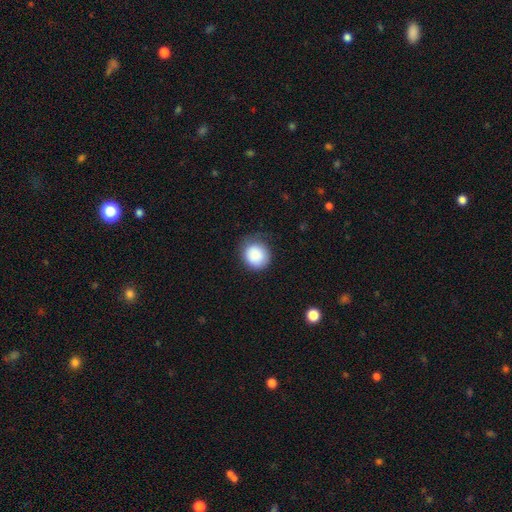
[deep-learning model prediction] Smooth or featured? Predicted: smooth (p=0.87). How rounded? Predicted: round (p=0.85). Merging? Predicted: none (p=0.67).